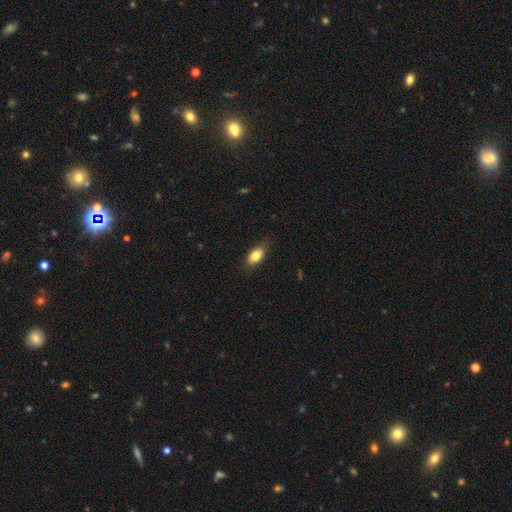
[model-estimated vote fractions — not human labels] This appears to be a smooth galaxy with no disk features (81%) that is in between round and cigar-shaped (87%). Merging: none (77%).